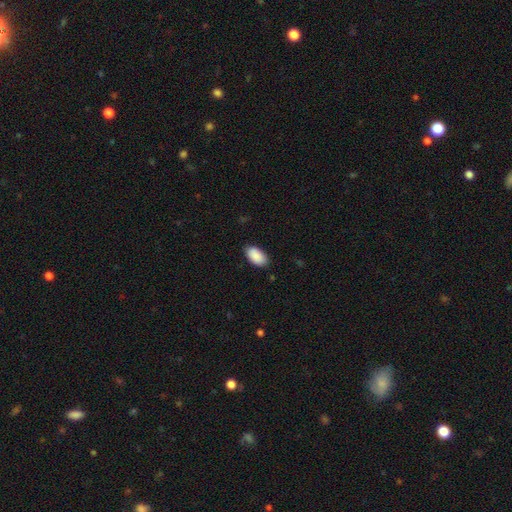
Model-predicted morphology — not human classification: Smooth or featured? Predicted: smooth (p=0.90). How rounded? Predicted: in between (p=0.95). Merging? Predicted: none (p=0.83).